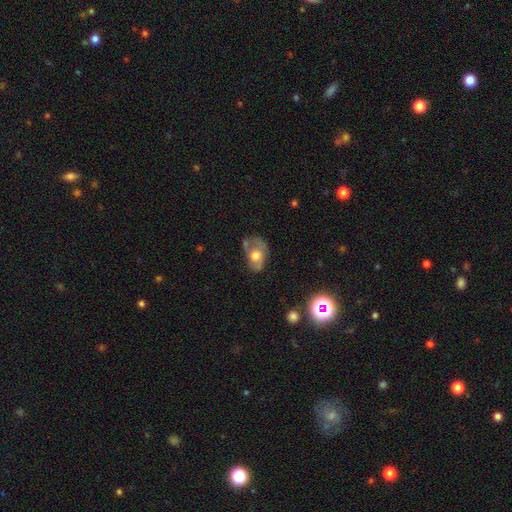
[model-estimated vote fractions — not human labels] smooth_or_featured: smooth (p=0.48) [alt: featured or disk p=0.43]
merging: none (p=0.39) [alt: minor disturbance p=0.30]